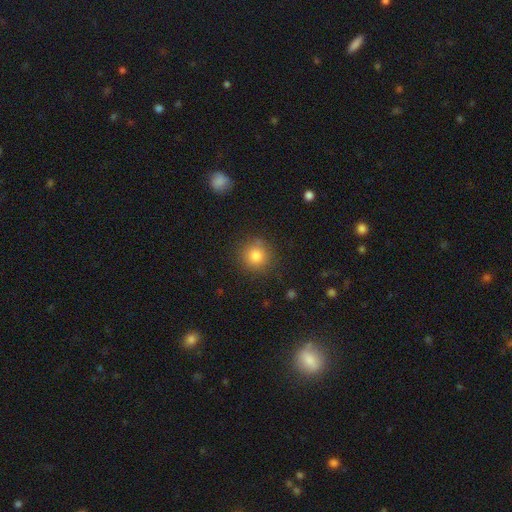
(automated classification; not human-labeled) The model was most divided on "merging": none: 83%, minor disturbance: 11%, major disturbance: 4%, merger: 2%. More confident: how rounded — round (92%); smooth or featured — smooth (83%).